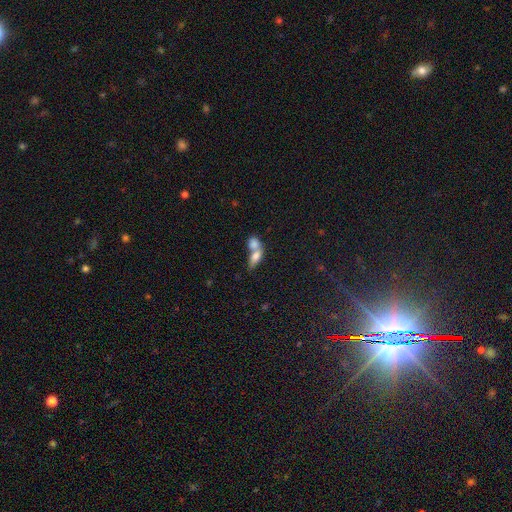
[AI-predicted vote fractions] Smooth or featured? smooth (73%)
How rounded? in between (75%)
Merging? merger (75%)